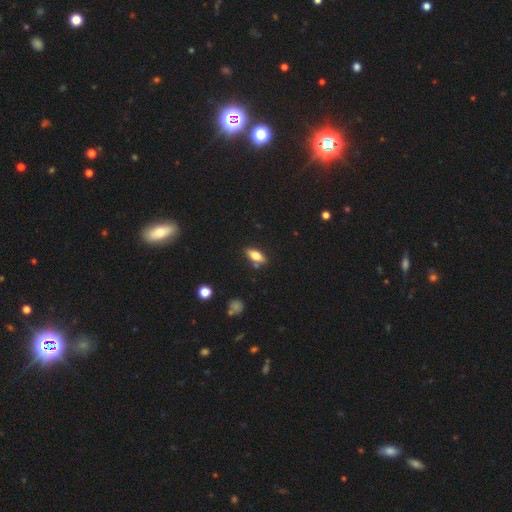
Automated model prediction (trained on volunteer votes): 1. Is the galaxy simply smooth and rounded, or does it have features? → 66% smooth, 26% featured or disk, 8% star or artifact.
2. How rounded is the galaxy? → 76% in between, 20% cigar-shaped, 4% round.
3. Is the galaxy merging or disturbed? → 79% none, 13% minor disturbance, 6% merger, 3% major disturbance.